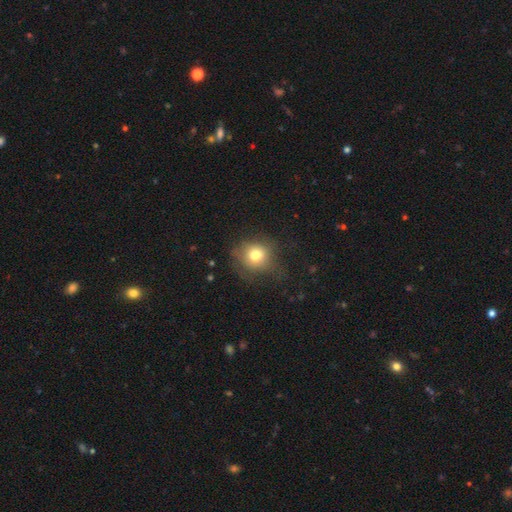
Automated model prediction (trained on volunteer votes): This appears to be a smooth galaxy with no disk features (75%) that is round (85%). Merging: none (63%).